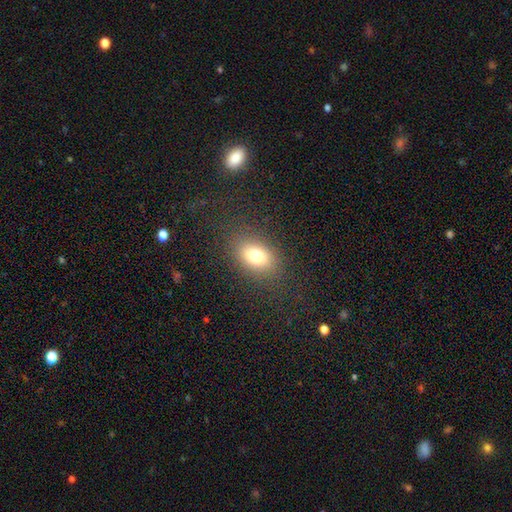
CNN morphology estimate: Smooth or featured: smooth — 76% (featured or disk — 12%)
How rounded: in between — 80% (round — 18%)
Merging: none — 83% (minor disturbance — 10%)